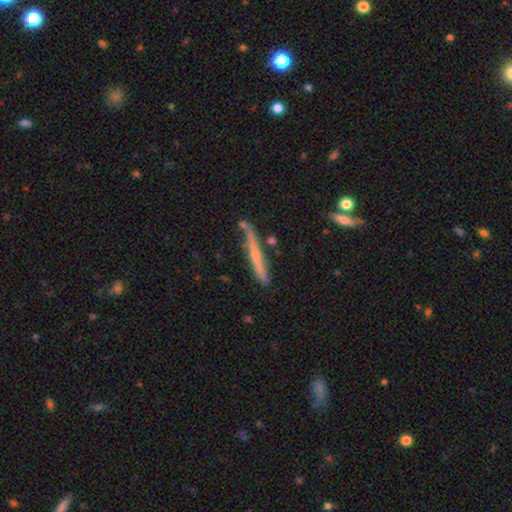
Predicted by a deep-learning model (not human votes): Smooth or featured: featured or disk — 59% (smooth — 35%)
Edge-on disk: yes — 93% (no — 7%)
Edge-on bulge: rounded — 52% (none — 42%)
Merging: none — 70% (minor disturbance — 20%)